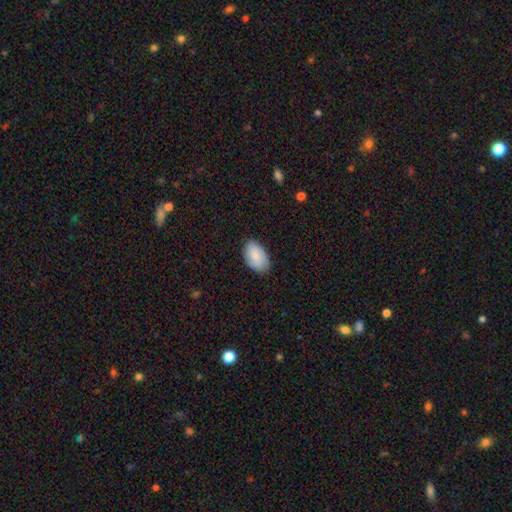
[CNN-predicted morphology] A smooth galaxy with no disk features (79%) that is in between round and cigar-shaped (93%).

Vote fractions:
- Smooth or featured? smooth: 79% / featured or disk: 15% / star or artifact: 6%
- How rounded? in between: 93% / round: 6% / cigar-shaped: 1%
- Merging? none: 79% / minor disturbance: 16% / major disturbance: 3% / merger: 1%